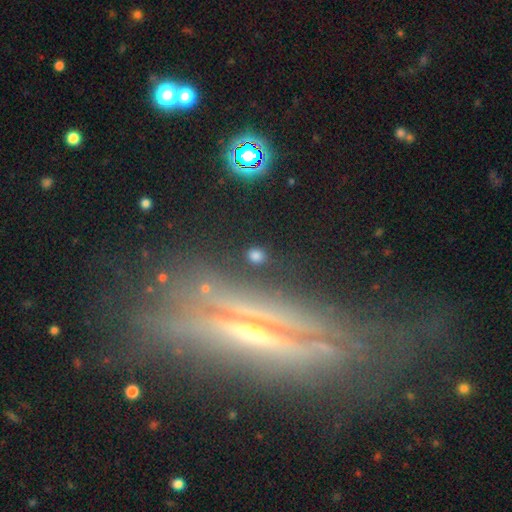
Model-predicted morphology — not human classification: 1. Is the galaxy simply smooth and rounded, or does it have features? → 75% smooth, 17% star or artifact, 8% featured or disk.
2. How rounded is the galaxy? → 71% round, 26% in between, 3% cigar-shaped.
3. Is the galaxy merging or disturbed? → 88% none, 7% minor disturbance, 3% major disturbance, 2% merger.